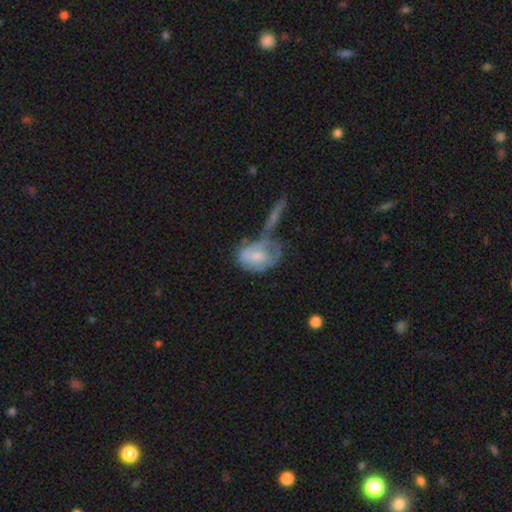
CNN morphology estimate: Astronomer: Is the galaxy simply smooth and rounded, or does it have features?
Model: featured or disk — 47% (runner-up: smooth, 46%).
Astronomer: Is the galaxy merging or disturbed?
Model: merger — 31% (runner-up: none, 26%).